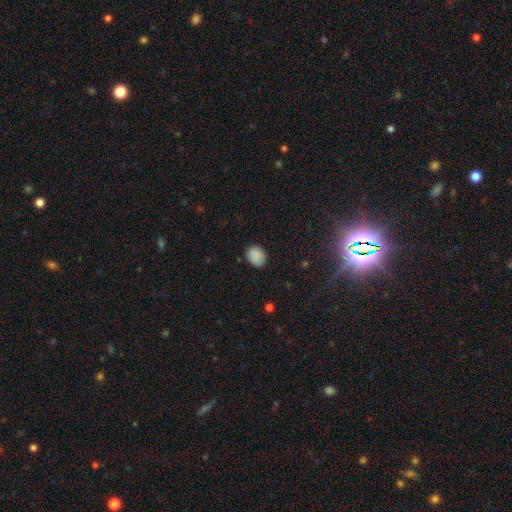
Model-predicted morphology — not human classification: A smooth galaxy with no disk features (87%) that is in between round and cigar-shaped (51%). Merging: none (84%).